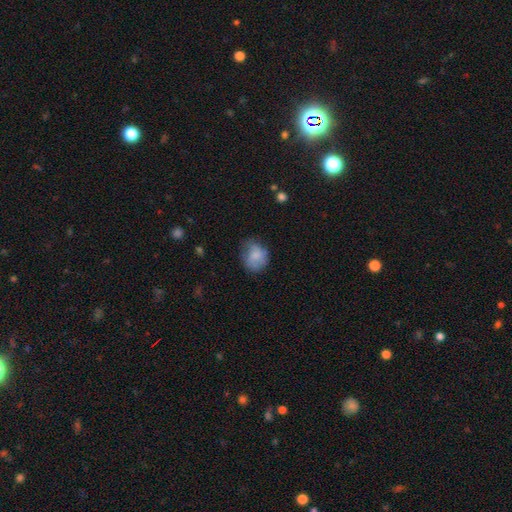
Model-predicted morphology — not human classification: The model was most divided on "merging": none: 52%, minor disturbance: 33%, major disturbance: 14%, merger: 2%. More confident: smooth or featured — smooth (76%); how rounded — round (60%).